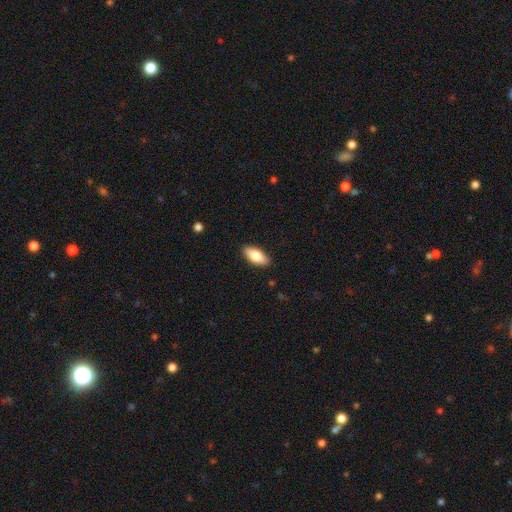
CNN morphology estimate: Smooth or featured?
  - smooth: 77% *
  - featured or disk: 17%
  - star or artifact: 6%
How rounded?
  - in between: 85% *
  - cigar-shaped: 12%
  - round: 3%
Merging?
  - none: 88% *
  - minor disturbance: 9%
  - major disturbance: 2%
  - merger: 1%